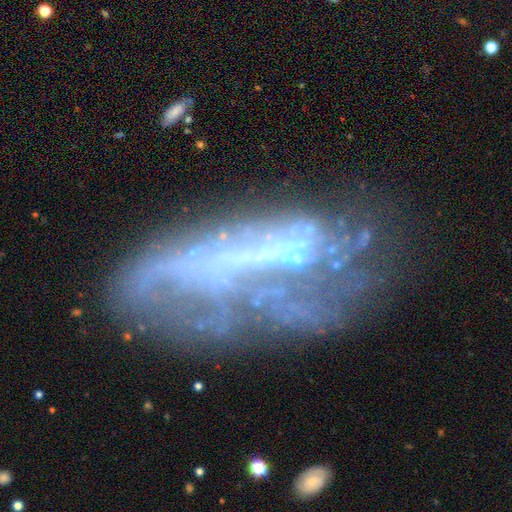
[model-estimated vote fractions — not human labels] A featured or disk galaxy (66%) with no bar (53%), no spiral arms (67%) and no central bulge (60%). Merging: none (38%).